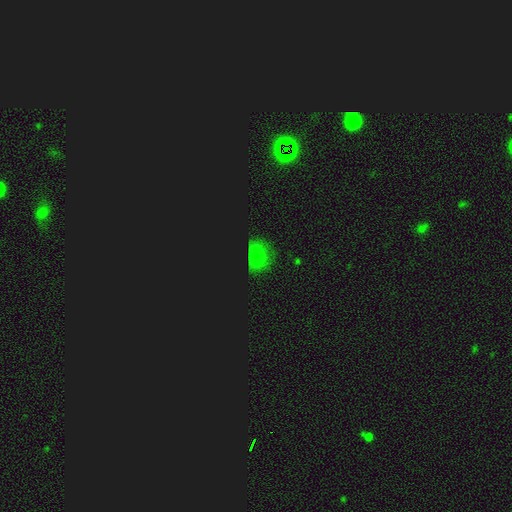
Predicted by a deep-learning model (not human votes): Smooth or featured? smooth (55%)
How rounded? in between (59%)
Merging? none (68%)